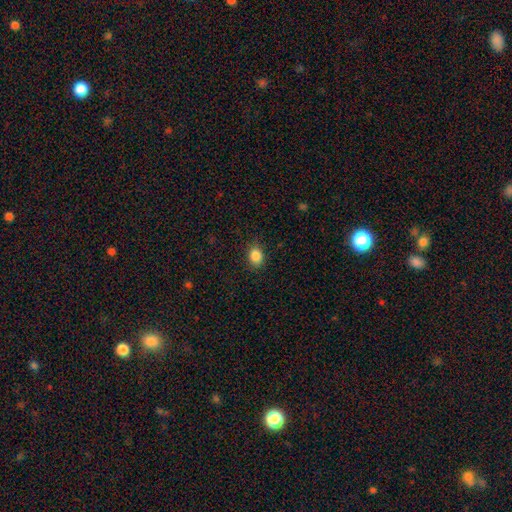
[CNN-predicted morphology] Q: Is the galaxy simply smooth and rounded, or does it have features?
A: smooth — 86%.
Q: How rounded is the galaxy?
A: in between — 53%.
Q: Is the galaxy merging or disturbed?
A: none — 85%.